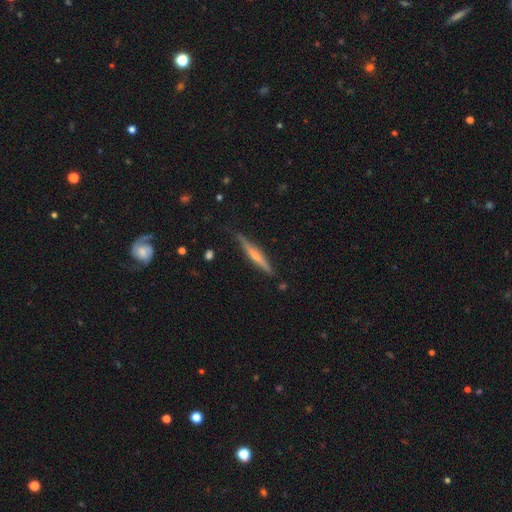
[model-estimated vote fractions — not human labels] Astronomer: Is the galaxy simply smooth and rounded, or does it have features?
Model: featured or disk — 57% (runner-up: smooth, 37%).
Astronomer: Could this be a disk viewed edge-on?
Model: yes — 96%.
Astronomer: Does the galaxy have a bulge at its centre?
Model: rounded — 59%.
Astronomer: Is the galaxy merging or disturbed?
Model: none — 81%.